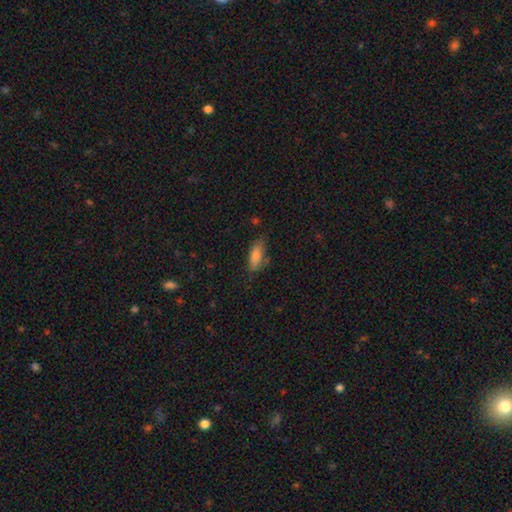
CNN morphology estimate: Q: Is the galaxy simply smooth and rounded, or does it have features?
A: smooth — 81%.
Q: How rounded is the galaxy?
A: in between — 68%.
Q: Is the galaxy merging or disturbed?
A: none — 70%.